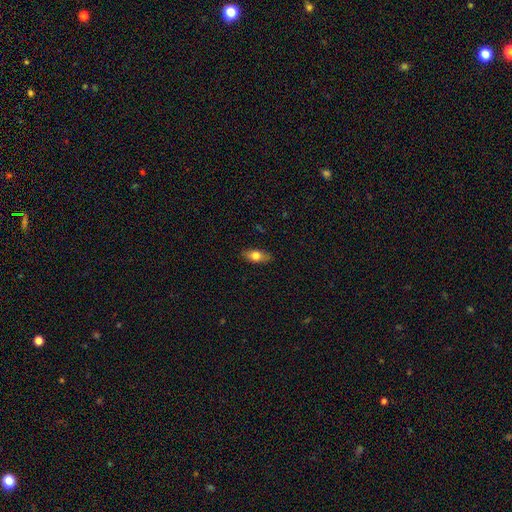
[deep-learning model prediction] Smooth or featured? Predicted: smooth (p=0.74). How rounded? Predicted: in between (p=0.83). Merging? Predicted: none (p=0.86).